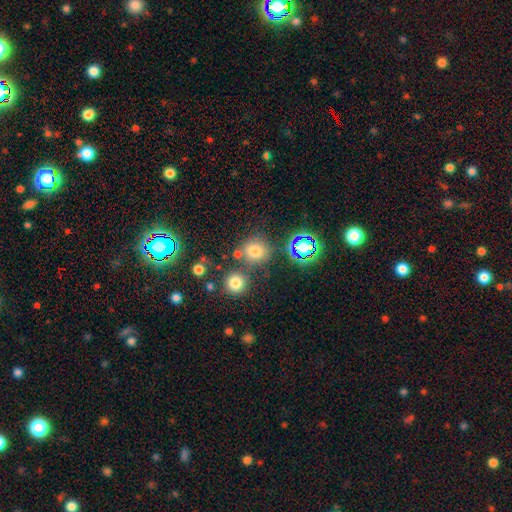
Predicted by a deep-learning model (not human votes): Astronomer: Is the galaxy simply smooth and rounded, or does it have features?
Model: smooth — 61%.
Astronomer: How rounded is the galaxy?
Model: round — 89%.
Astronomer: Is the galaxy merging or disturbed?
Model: none — 74%.